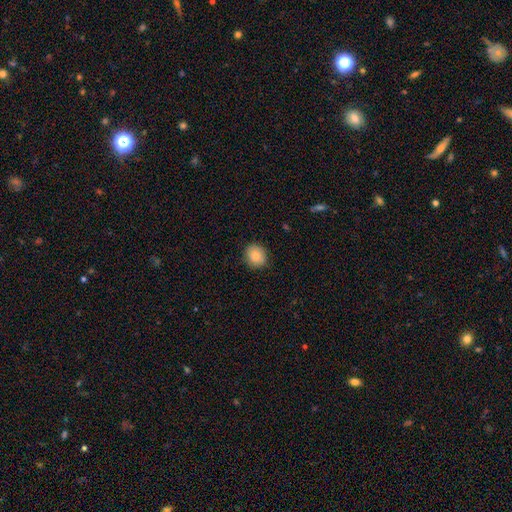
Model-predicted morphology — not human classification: A smooth galaxy with no disk features (86%) that is round (75%). Merging: none (88%).